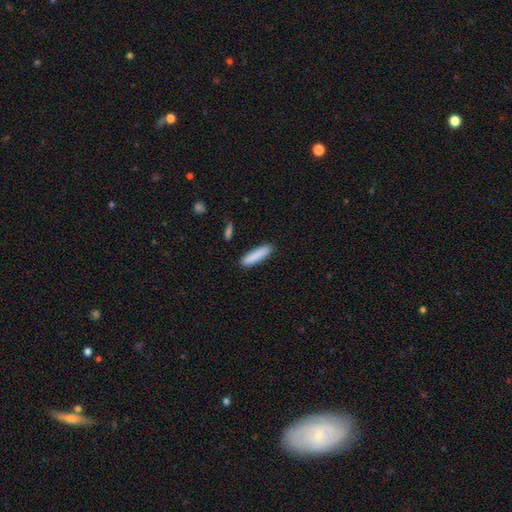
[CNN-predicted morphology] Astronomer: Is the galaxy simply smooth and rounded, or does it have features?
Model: smooth — 87%.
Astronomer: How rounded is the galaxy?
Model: cigar-shaped — 79%.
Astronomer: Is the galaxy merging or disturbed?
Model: none — 88%.